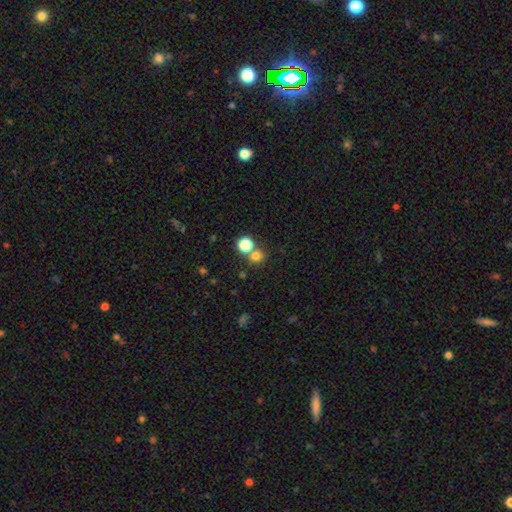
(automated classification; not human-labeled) The model was most divided on "merging": none: 63%, merger: 27%, minor disturbance: 7%, major disturbance: 3%. More confident: how rounded — round (86%); smooth or featured — smooth (75%).